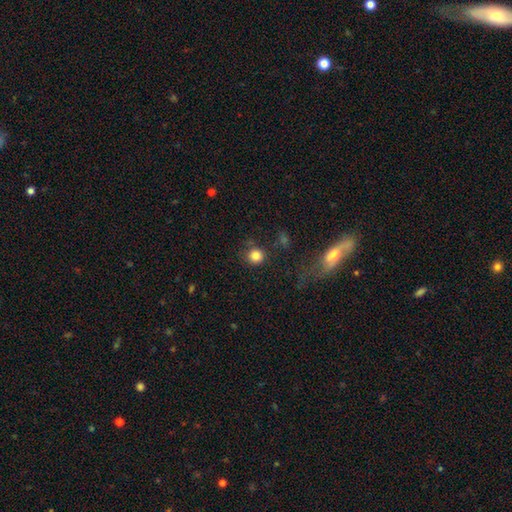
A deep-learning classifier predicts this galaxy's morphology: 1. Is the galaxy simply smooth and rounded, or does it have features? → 83% smooth, 11% star or artifact, 5% featured or disk.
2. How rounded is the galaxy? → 90% round, 8% in between, 1% cigar-shaped.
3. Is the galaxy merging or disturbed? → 78% none, 12% minor disturbance, 6% major disturbance, 5% merger.